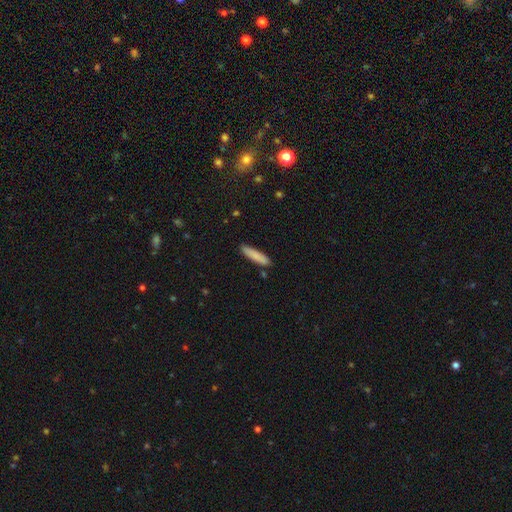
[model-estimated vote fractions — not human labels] The model was most divided on "how rounded": cigar-shaped: 85%, in between: 14%, round: 1%. More confident: merging — none (87%); smooth or featured — smooth (84%).